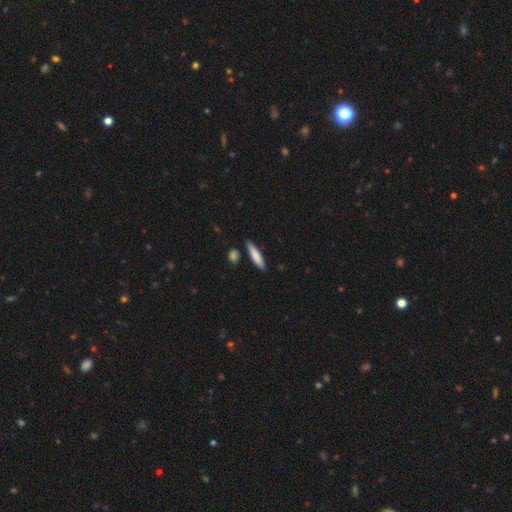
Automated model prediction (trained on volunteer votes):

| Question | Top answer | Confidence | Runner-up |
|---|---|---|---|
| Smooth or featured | smooth | 80% | featured or disk (15%) |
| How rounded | cigar-shaped | 82% | in between (16%) |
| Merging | none | 84% | minor disturbance (10%) |